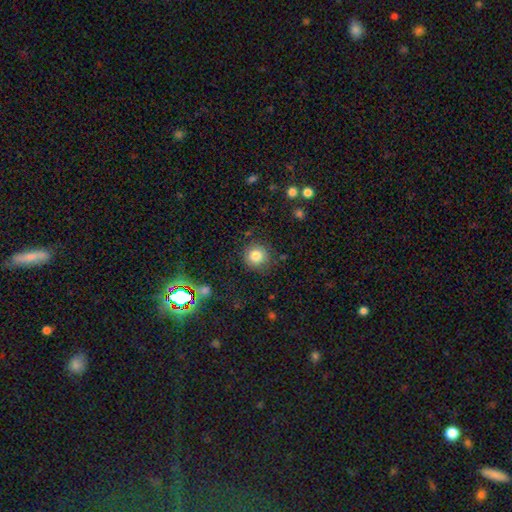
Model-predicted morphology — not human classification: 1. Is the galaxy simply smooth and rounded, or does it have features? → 81% smooth, 12% star or artifact, 7% featured or disk.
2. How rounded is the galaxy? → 93% round, 6% in between, 1% cigar-shaped.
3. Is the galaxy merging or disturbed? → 85% none, 9% minor disturbance, 4% major disturbance, 2% merger.